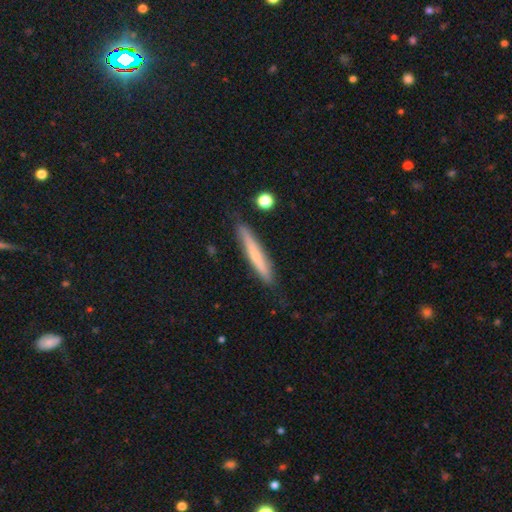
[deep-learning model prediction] Smooth or featured: smooth — 53% (featured or disk — 41%)
How rounded: cigar-shaped — 94% (in between — 5%)
Merging: none — 83% (minor disturbance — 13%)